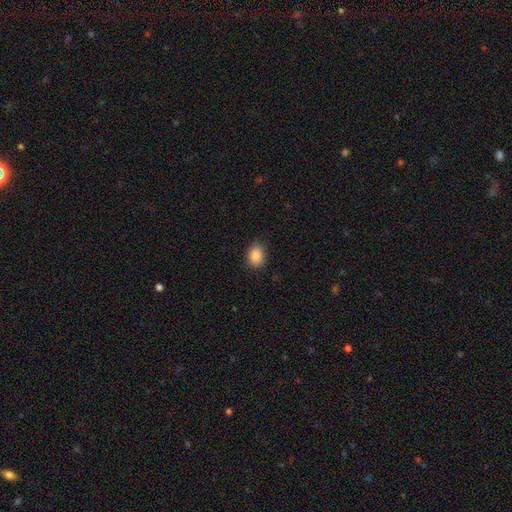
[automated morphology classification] Q: Smooth or featured?
A: smooth (87%); runner-up: star or artifact (9%)
Q: How rounded?
A: in between (64%); runner-up: round (35%)
Q: Merging?
A: none (83%); runner-up: minor disturbance (13%)